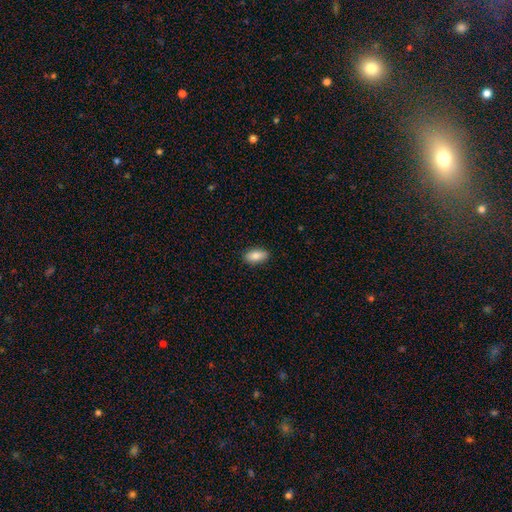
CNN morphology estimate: A smooth galaxy with no disk features (85%) that is in between round and cigar-shaped (89%). Merging: none (87%).